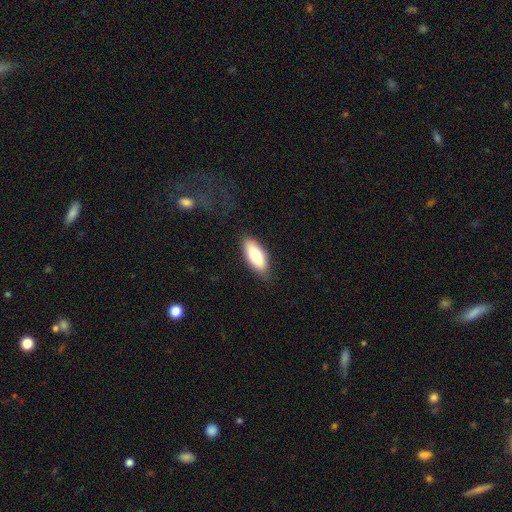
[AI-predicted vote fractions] Smooth or featured: smooth — 74% (featured or disk — 19%)
How rounded: in between — 81% (cigar-shaped — 17%)
Merging: none — 83% (minor disturbance — 13%)